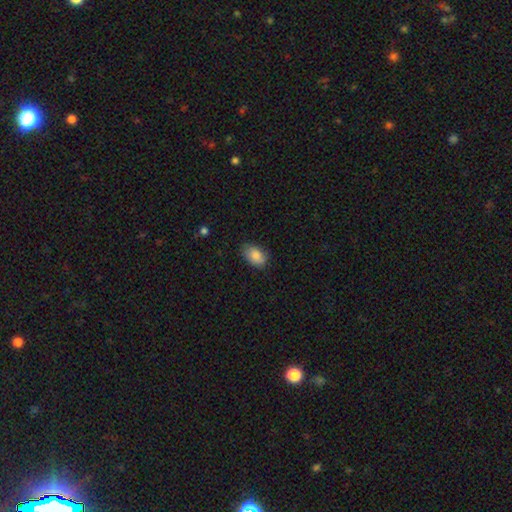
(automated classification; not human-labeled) Smooth or featured: smooth — 87% (star or artifact — 7%)
How rounded: in between — 89% (round — 9%)
Merging: none — 77% (minor disturbance — 19%)